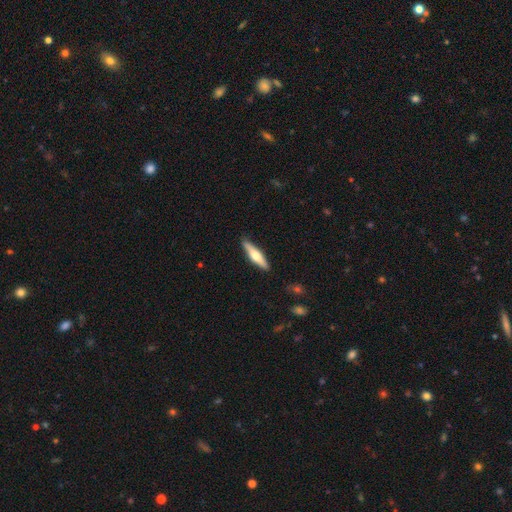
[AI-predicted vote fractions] This is possibly a featured or disk galaxy (50%). It is clearly viewed edge-on (95%). Merging: clearly none (89%).